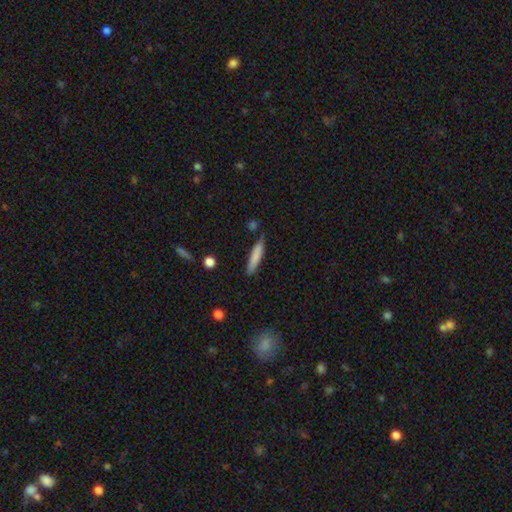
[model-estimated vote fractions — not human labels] smooth 80%, featured or disk 14%, star or artifact 6%. Down the decision tree: how rounded — cigar-shaped (88%); merging — none (78%).